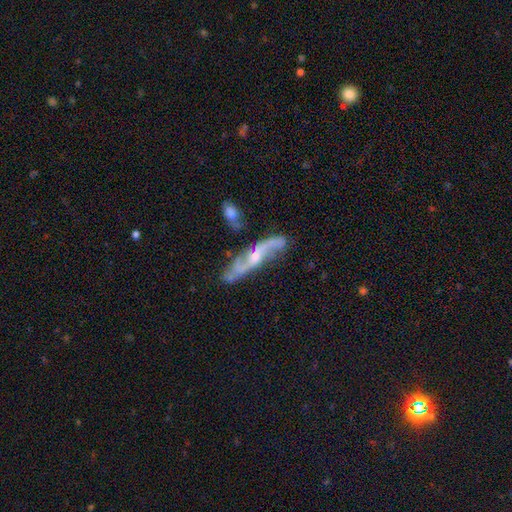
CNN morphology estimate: Smooth or featured? Predicted: featured or disk (p=0.84). Edge-on disk? Predicted: no (p=0.78). Bar? Predicted: no (p=0.45). Spiral arms? Predicted: yes (p=0.93). Spiral winding? Predicted: loose (p=0.66). Spiral arm count? Predicted: 2 (p=0.87). Bulge size? Predicted: small (p=0.47). Merging? Predicted: none (p=0.57).